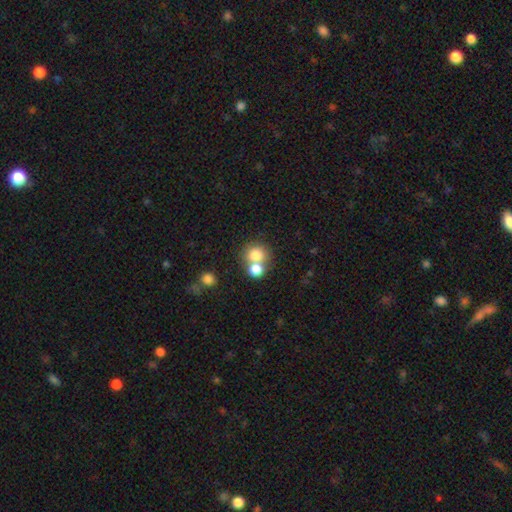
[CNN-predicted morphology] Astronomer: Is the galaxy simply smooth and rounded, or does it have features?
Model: smooth — 77%.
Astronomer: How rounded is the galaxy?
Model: round — 82%.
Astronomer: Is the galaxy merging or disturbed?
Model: merger — 47% (runner-up: none, 44%).